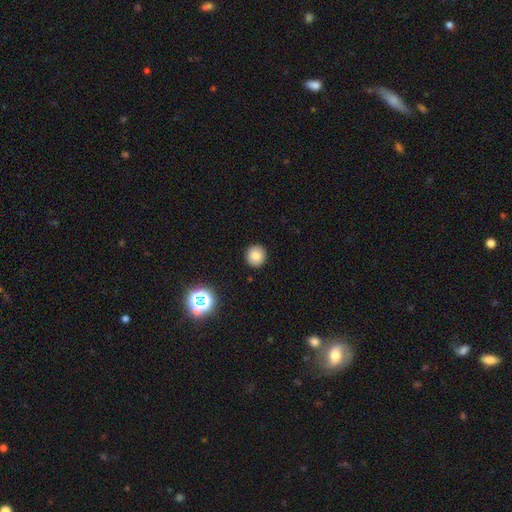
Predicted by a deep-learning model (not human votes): A smooth galaxy with no disk features (80%) that is round (94%).

Vote fractions:
- Smooth or featured? smooth: 80% / star or artifact: 13% / featured or disk: 7%
- How rounded? round: 94% / in between: 5% / cigar-shaped: 1%
- Merging? none: 93% / minor disturbance: 5% / major disturbance: 2% / merger: 1%